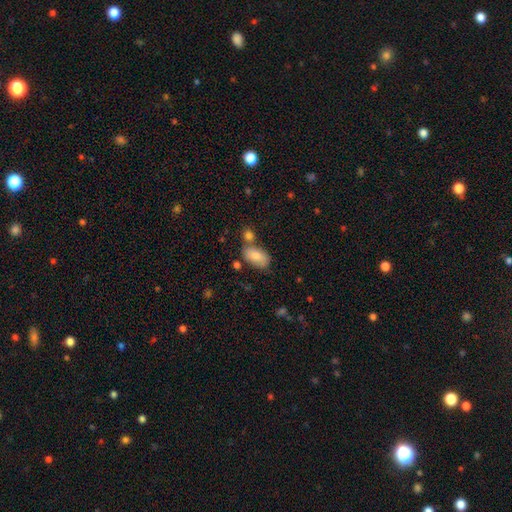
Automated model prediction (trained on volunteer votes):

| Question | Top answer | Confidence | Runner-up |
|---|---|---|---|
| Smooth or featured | smooth | 83% | featured or disk (10%) |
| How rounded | in between | 93% | round (4%) |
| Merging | none | 58% | merger (21%) |